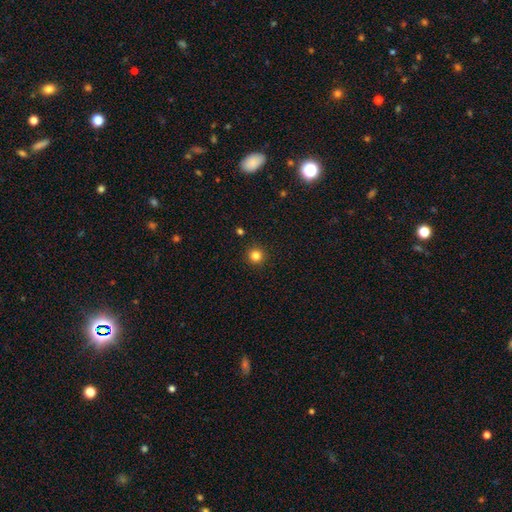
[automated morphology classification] smooth 83%, star or artifact 13%, featured or disk 5%. Down the decision tree: how rounded — round (95%); merging — none (92%).